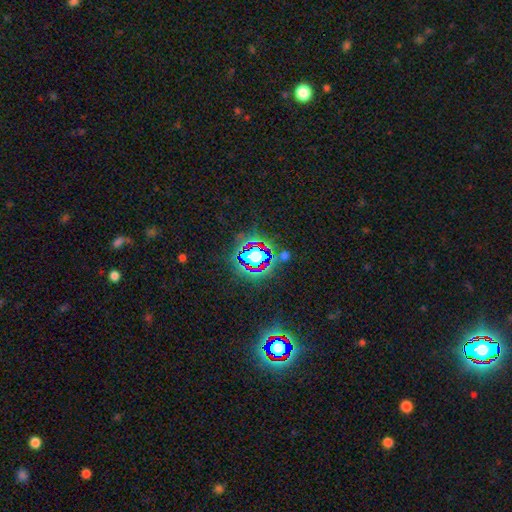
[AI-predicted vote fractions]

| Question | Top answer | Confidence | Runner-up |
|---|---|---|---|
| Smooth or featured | star or artifact | 66% | smooth (23%) |